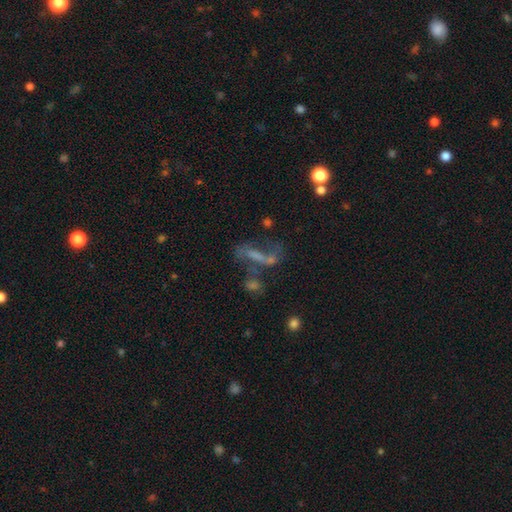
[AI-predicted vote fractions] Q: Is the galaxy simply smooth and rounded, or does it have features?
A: featured or disk — 49%.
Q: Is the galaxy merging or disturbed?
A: none — 41%.